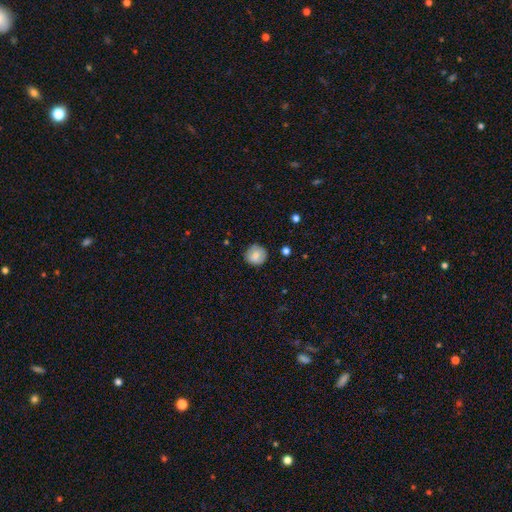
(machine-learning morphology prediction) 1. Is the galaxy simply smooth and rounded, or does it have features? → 82% smooth, 9% featured or disk, 8% star or artifact.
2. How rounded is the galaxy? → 91% round, 8% in between, 1% cigar-shaped.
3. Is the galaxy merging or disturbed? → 85% none, 12% minor disturbance, 2% major disturbance, 1% merger.